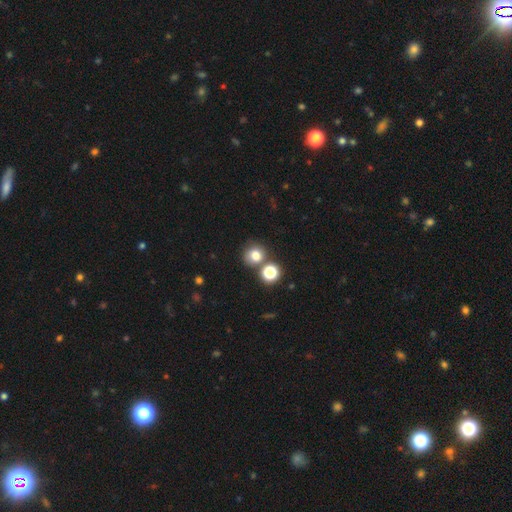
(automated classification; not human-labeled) Q: Smooth or featured?
A: smooth (77%); runner-up: star or artifact (15%)
Q: How rounded?
A: round (86%); runner-up: in between (13%)
Q: Merging?
A: none (66%); runner-up: merger (20%)